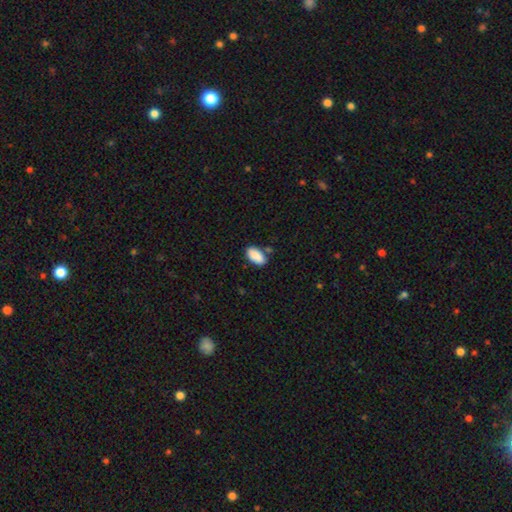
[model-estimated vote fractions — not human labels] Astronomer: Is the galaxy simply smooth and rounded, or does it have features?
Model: smooth — 89%.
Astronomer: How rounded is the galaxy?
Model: in between — 94%.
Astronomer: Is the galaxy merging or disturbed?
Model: none — 74%.